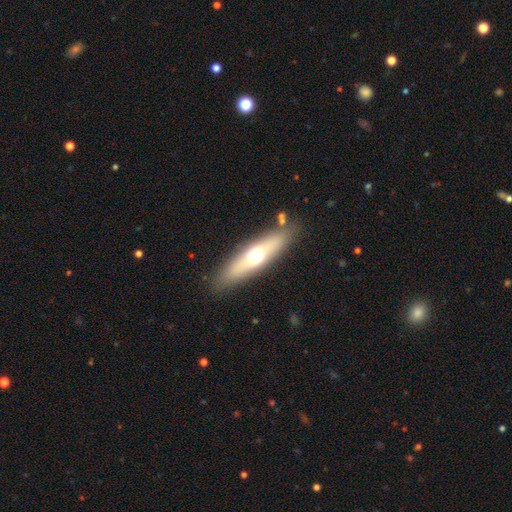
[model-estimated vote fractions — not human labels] Overall: smooth (51%; featured or disk 42%). How rounded: cigar-shaped (66%; in between 32%). Merging: none (84%).